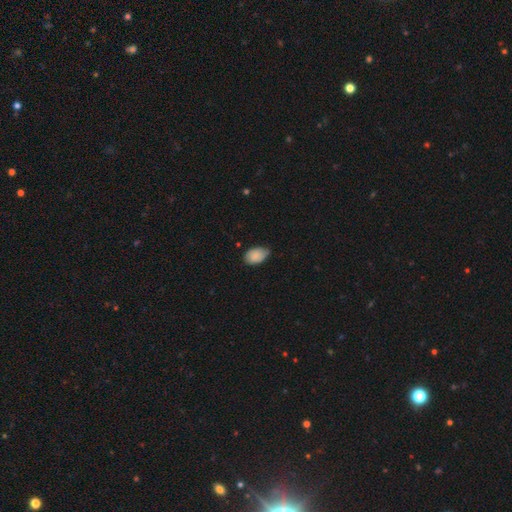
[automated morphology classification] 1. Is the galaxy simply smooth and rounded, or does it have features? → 84% smooth, 9% featured or disk, 7% star or artifact.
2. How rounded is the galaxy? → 89% in between, 9% round, 1% cigar-shaped.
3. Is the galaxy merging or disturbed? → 55% none, 38% minor disturbance, 5% major disturbance, 1% merger.